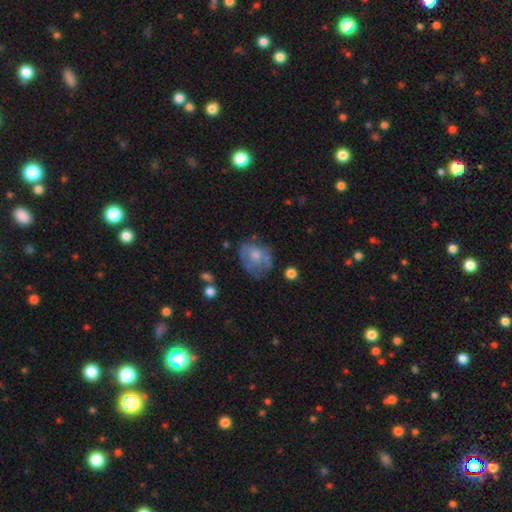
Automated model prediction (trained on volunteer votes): smooth_or_featured: smooth (p=0.47) [alt: featured or disk p=0.46]
merging: none (p=0.46) [alt: minor disturbance p=0.29]